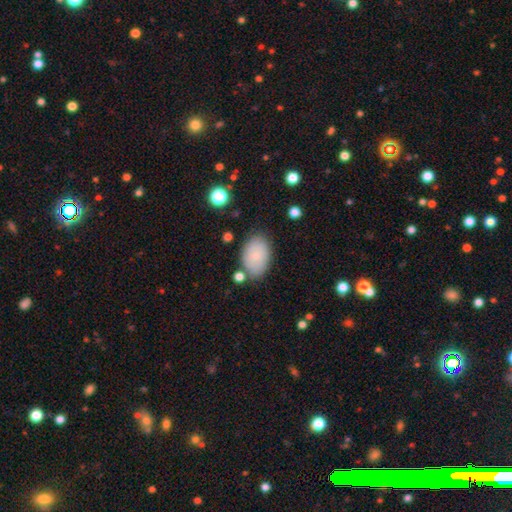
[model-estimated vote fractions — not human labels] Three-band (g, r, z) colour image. It shows a smooth galaxy with no disk features (78%) that is in between round and cigar-shaped (89%). Merging: none (77%).